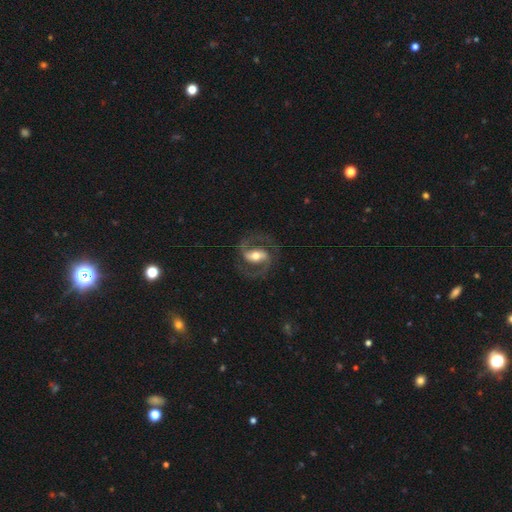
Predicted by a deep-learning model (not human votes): Smooth or featured?
  - featured or disk: 88% *
  - smooth: 7%
  - star or artifact: 5%
Edge-on disk?
  - no: 97% *
  - yes: 3%
Bar?
  - strong: 50% *
  - weak: 33%
  - no: 17%
Spiral arms?
  - yes: 95% *
  - no: 5%
Spiral winding?
  - medium: 62% *
  - tight: 19%
  - loose: 19%
Spiral arm count?
  - 2: 93% *
  - can't tell: 2%
  - 1: 2%
  - 3: 1%
  - 4: 1%
  - more than 4: 1%
Bulge size?
  - moderate: 67% *
  - small: 19%
  - large: 11%
  - dominant: 1%
  - none: 1%
Merging?
  - none: 81% *
  - minor disturbance: 11%
  - major disturbance: 7%
  - merger: 1%